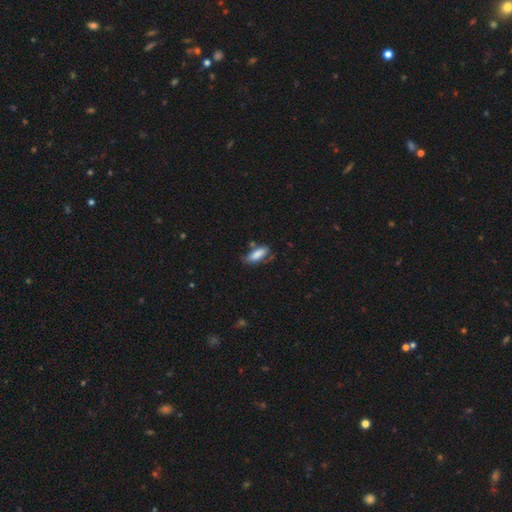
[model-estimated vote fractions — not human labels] smooth_or_featured: smooth (p=0.81) [alt: featured or disk p=0.13]
how_rounded: in between (p=0.70) [alt: cigar-shaped p=0.28]
merging: none (p=0.57) [alt: minor disturbance p=0.28]